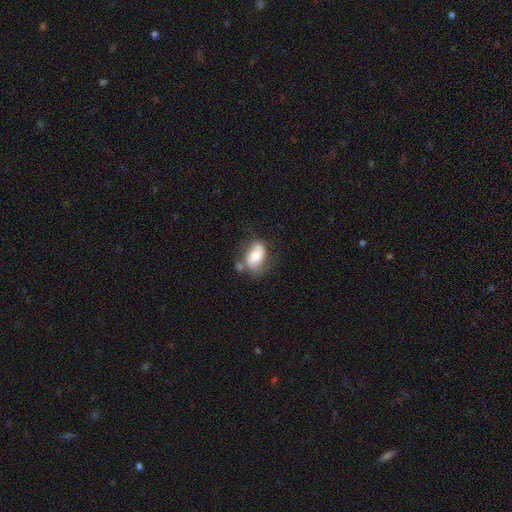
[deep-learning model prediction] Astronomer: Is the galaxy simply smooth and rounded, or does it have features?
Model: smooth — 51% (runner-up: featured or disk, 41%).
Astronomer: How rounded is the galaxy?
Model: in between — 84%.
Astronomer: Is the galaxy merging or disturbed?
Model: none — 50% (runner-up: minor disturbance, 25%).